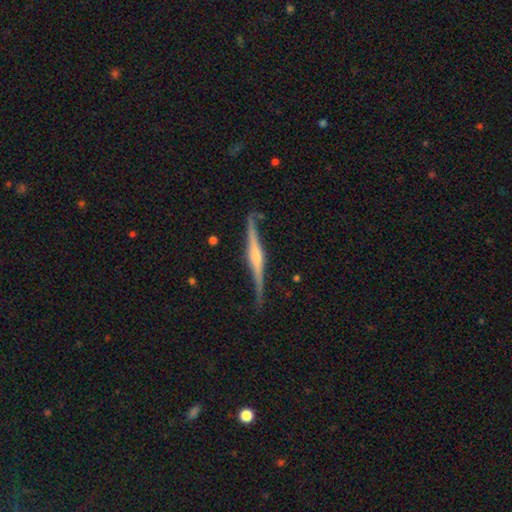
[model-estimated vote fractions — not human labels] Smooth or featured? Predicted: featured or disk (p=0.85). Edge-on disk? Predicted: yes (p=0.95). Edge-on bulge? Predicted: rounded (p=0.71). Merging? Predicted: none (p=0.78).